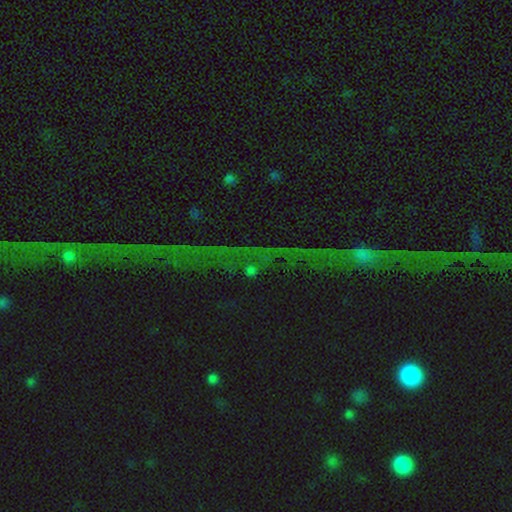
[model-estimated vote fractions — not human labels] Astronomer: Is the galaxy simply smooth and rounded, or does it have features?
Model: star or artifact — 72%.